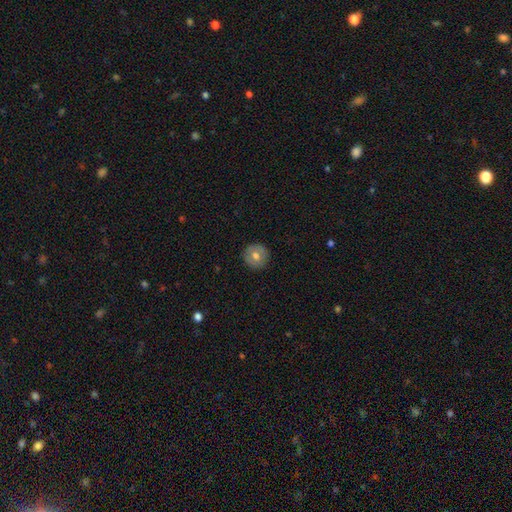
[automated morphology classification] type=smooth (65%); roundness=round (94%); merging=none (90%).